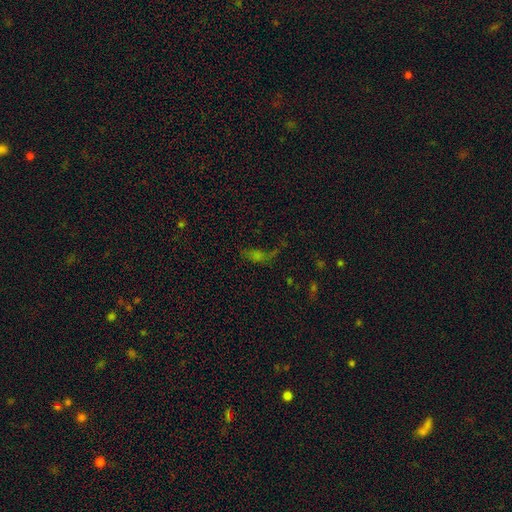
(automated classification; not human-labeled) Q: Smooth or featured?
A: smooth (37%); runner-up: star or artifact (36%)
Q: Merging?
A: none (37%); runner-up: major disturbance (33%)